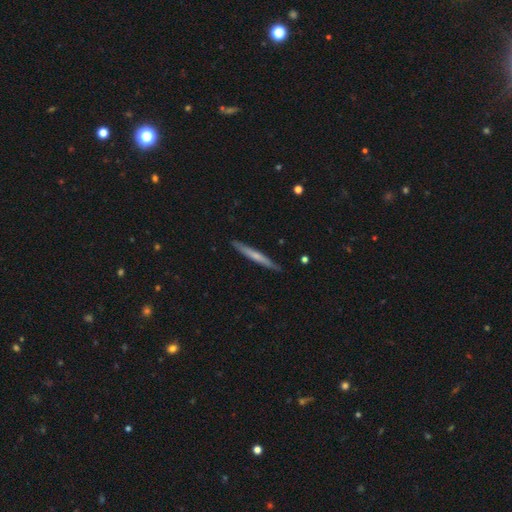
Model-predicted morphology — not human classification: type=smooth (51%); roundness=cigar-shaped (96%); merging=none (89%).